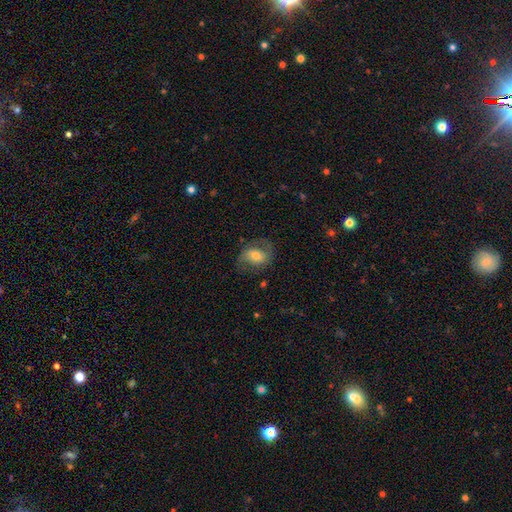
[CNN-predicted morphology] A featured or disk galaxy (51%).

Vote fractions:
- Smooth or featured? featured or disk: 51% / smooth: 41% / star or artifact: 8%
- Edge-on disk? no: 96% / yes: 4%
- Merging? none: 67% / minor disturbance: 19% / major disturbance: 13% / merger: 1%